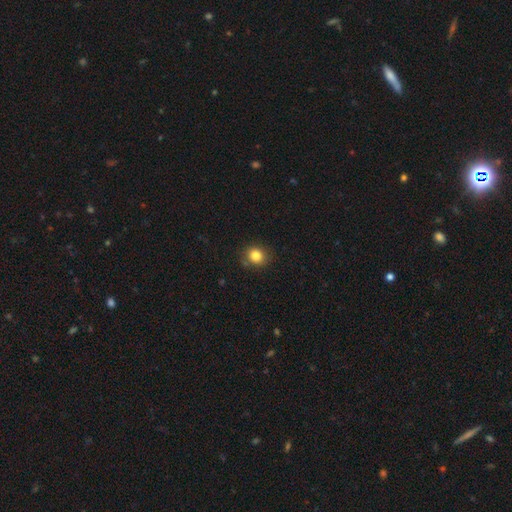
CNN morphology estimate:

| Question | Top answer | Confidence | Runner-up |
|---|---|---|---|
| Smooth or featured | smooth | 83% | star or artifact (11%) |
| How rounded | round | 76% | in between (23%) |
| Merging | none | 82% | minor disturbance (13%) |